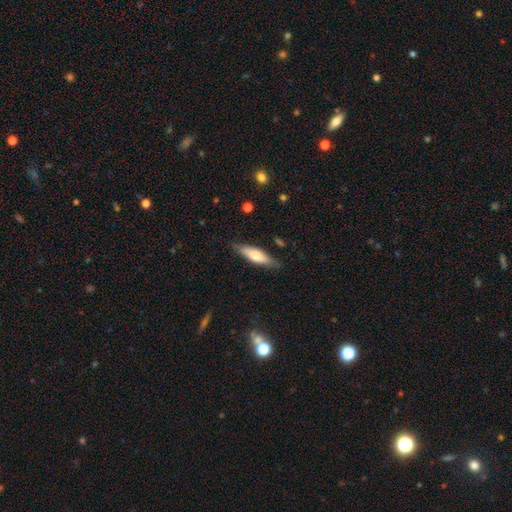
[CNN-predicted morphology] A smooth galaxy with no disk features (63%) that is cigar-shaped (61%). Merging: none (80%).